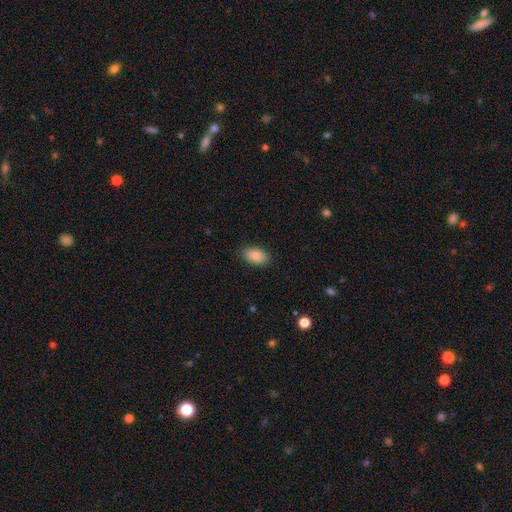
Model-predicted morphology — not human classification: A smooth galaxy with no disk features (89%) that is in between round and cigar-shaped (93%).

Vote fractions:
- Smooth or featured? smooth: 89% / star or artifact: 7% / featured or disk: 4%
- How rounded? in between: 93% / round: 6% / cigar-shaped: 2%
- Merging? none: 86% / minor disturbance: 10% / major disturbance: 3% / merger: 1%